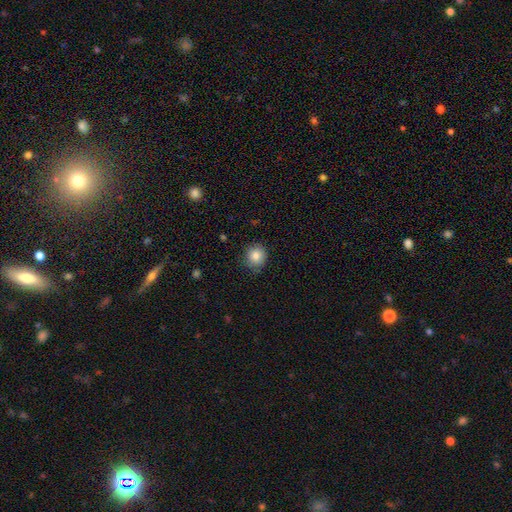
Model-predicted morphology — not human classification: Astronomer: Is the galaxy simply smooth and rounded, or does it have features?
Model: smooth — 84%.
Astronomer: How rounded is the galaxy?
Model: round — 88%.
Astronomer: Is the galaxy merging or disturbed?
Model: none — 81%.